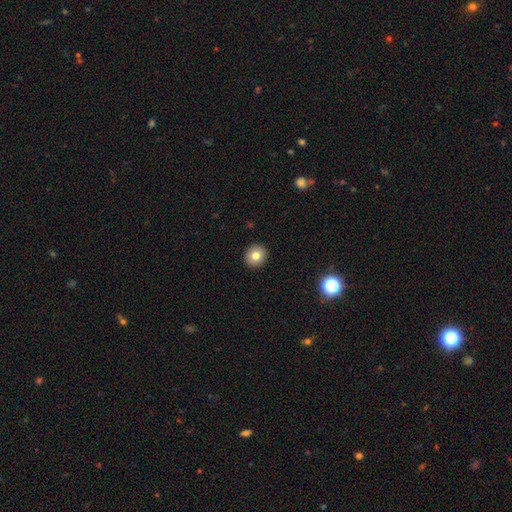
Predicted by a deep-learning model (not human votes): This appears to be a smooth galaxy with no disk features (79%) that is round (86%). Merging: none (92%).